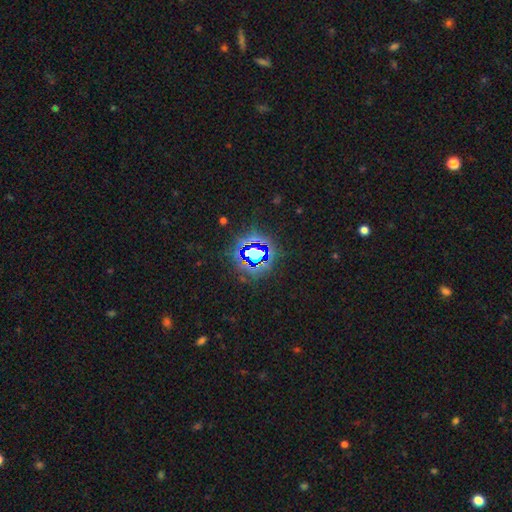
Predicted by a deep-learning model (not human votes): Smooth or featured: star or artifact — 81% (smooth — 12%)